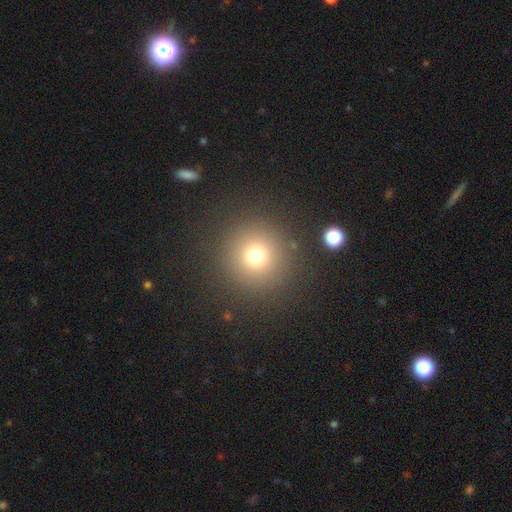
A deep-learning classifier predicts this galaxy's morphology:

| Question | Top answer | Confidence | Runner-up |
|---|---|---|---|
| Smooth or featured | smooth | 72% | star or artifact (19%) |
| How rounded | round | 95% | in between (4%) |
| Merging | none | 88% | minor disturbance (6%) |